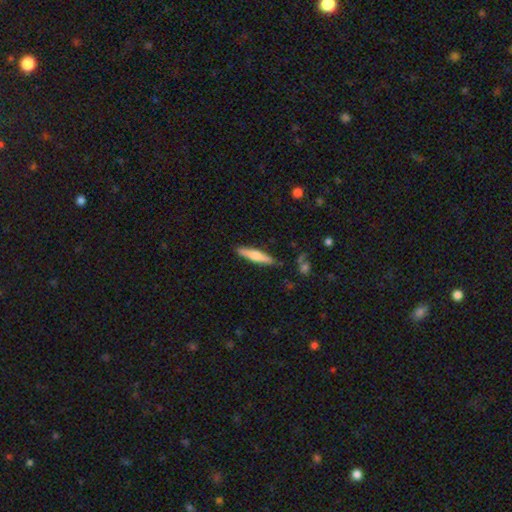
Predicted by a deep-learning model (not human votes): Overall: smooth (60%; featured or disk 34%). How rounded: cigar-shaped (86%). Merging: none (87%).